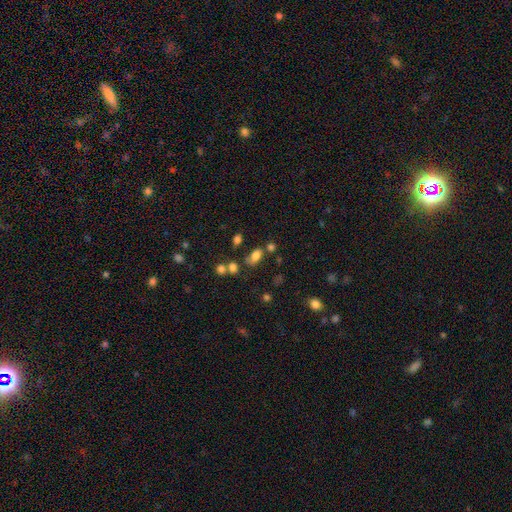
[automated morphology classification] This is likely a smooth galaxy (76%). How rounded: clearly in between (86%). Merging: possibly none (57%).